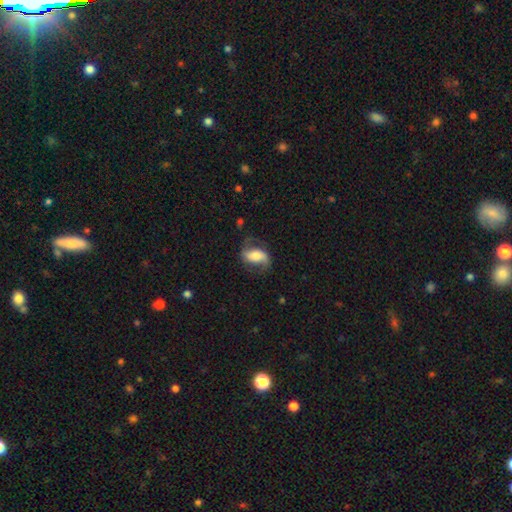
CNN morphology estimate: The model was most divided on "bar": strong: 35%, no: 33%, weak: 32%. Remaining: edge-on disk — no (94%); spiral arms — yes (89%); spiral arm count — 2 (88%); smooth or featured — featured or disk (66%); merging — none (66%); spiral winding — loose (53%); bulge size — moderate (42%).